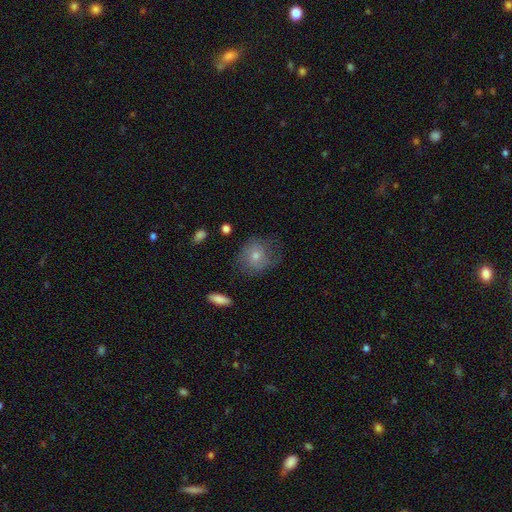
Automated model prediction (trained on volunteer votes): smooth 54%, featured or disk 34%, star or artifact 12%. Down the decision tree: how rounded — round (78%); merging — none (66%).